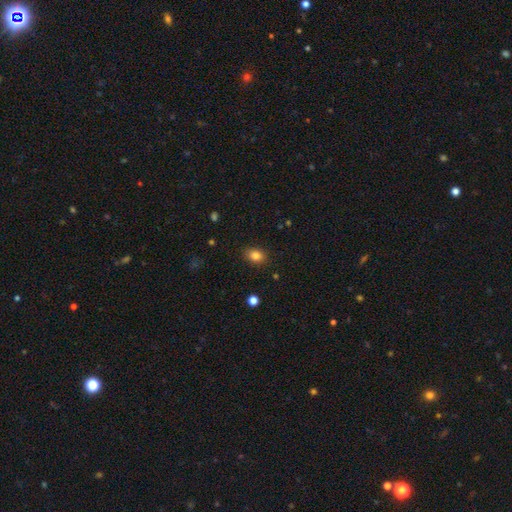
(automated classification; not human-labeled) smooth_or_featured: smooth (p=0.84) [alt: star or artifact p=0.11]
how_rounded: in between (p=0.63) [alt: round p=0.36]
merging: none (p=0.88) [alt: minor disturbance p=0.09]